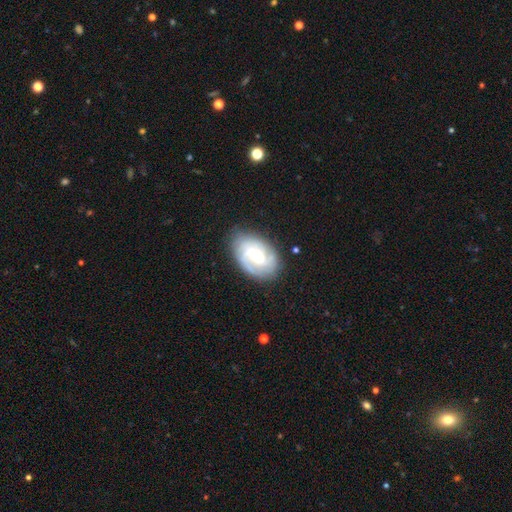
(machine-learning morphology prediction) type=featured or disk (74%); edge-on=no (97%); bar=weak (45%); spiral arms=yes (93%); winding=tight (51%); arm count=2 (36%); bulge=small (58%); merging=none (76%).